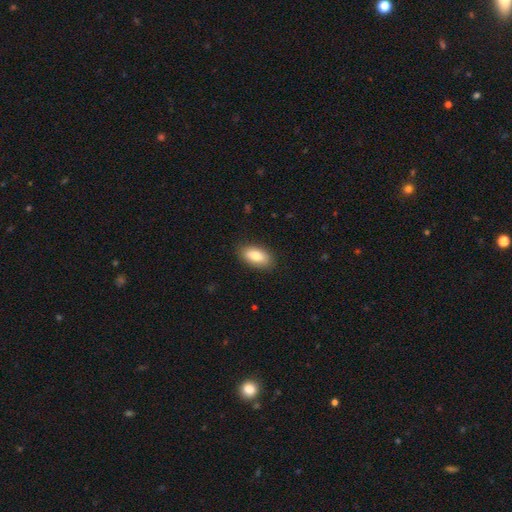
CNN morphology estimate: Overall: smooth (82%). How rounded: in between (91%). Merging: none (87%).